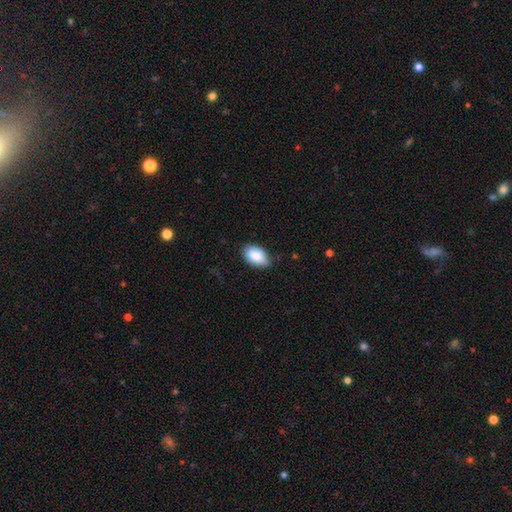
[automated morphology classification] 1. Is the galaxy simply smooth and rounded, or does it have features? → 87% smooth, 7% featured or disk, 6% star or artifact.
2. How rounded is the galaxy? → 93% in between, 6% round, 1% cigar-shaped.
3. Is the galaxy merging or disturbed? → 76% none, 20% minor disturbance, 3% major disturbance, 1% merger.